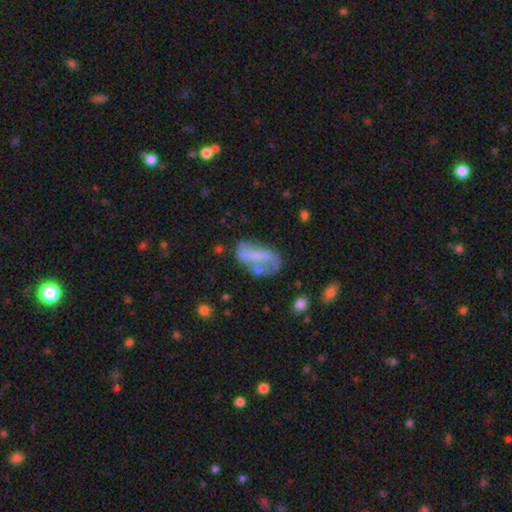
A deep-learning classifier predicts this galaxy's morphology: The model was most divided on "smooth or featured": featured or disk: 51%, smooth: 39%, star or artifact: 10%. Remaining: edge-on disk — no (89%); merging — none (42%).